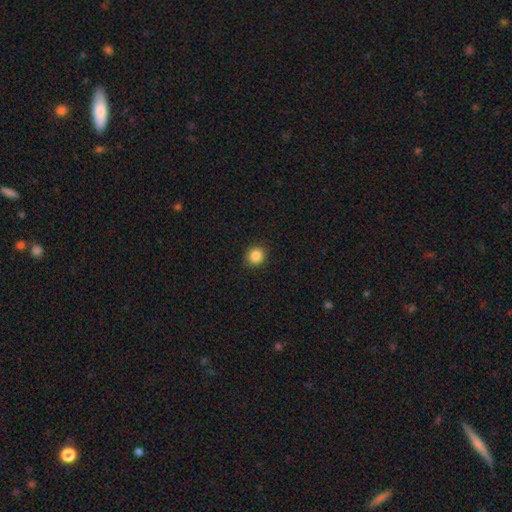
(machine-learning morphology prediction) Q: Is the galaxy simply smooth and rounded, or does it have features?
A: smooth — 86%.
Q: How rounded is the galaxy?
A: round — 84%.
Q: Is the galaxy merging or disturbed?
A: none — 90%.